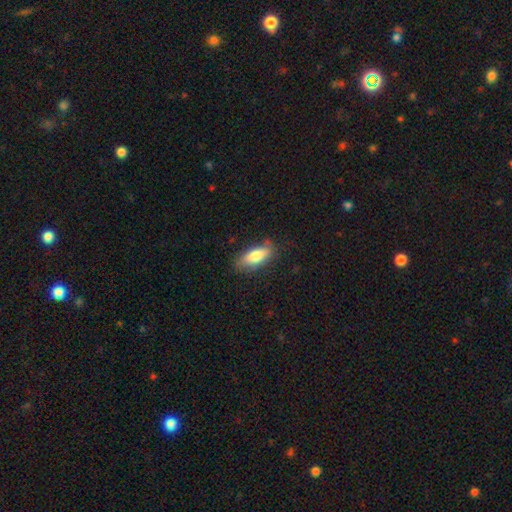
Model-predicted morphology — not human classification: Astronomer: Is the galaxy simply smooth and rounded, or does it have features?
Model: smooth — 78%.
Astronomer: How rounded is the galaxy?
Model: in between — 74%.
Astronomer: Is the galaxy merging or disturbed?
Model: none — 70%.